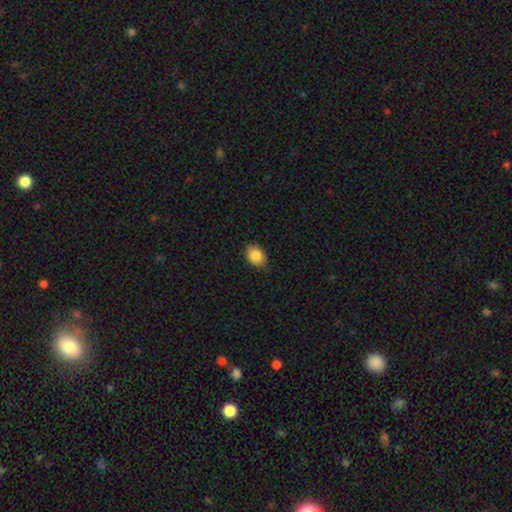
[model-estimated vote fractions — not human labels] Q: Smooth or featured?
A: smooth (86%); runner-up: star or artifact (8%)
Q: How rounded?
A: in between (70%); runner-up: round (29%)
Q: Merging?
A: none (80%); runner-up: minor disturbance (16%)